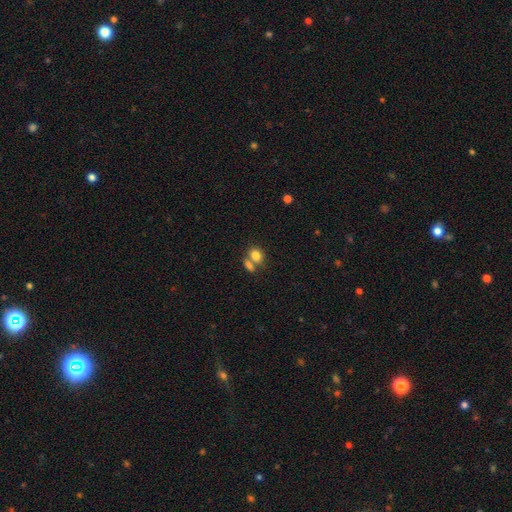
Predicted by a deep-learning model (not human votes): The model was most divided on "merging" (2-way tie): none: 43%, merger: 43%, minor disturbance: 9%, major disturbance: 4%. More confident: smooth or featured — smooth (81%); how rounded — in between (61%).